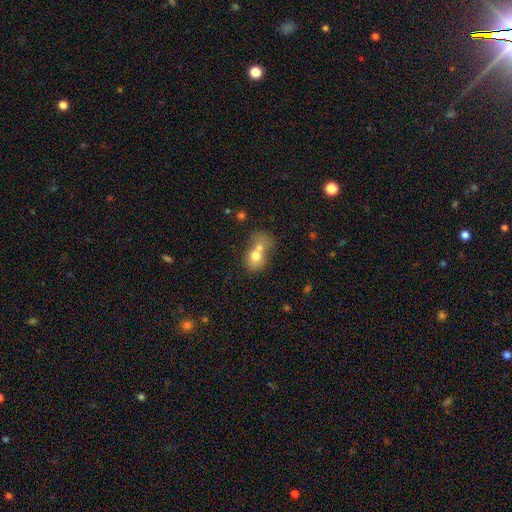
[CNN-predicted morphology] smooth-or-featured: smooth: 69% | featured or disk: 21% | star or artifact: 9%
  how-rounded: in between: 52% | round: 46% | cigar-shaped: 1%
  merging: merger: 69% | none: 16% | minor disturbance: 8% | major disturbance: 7%